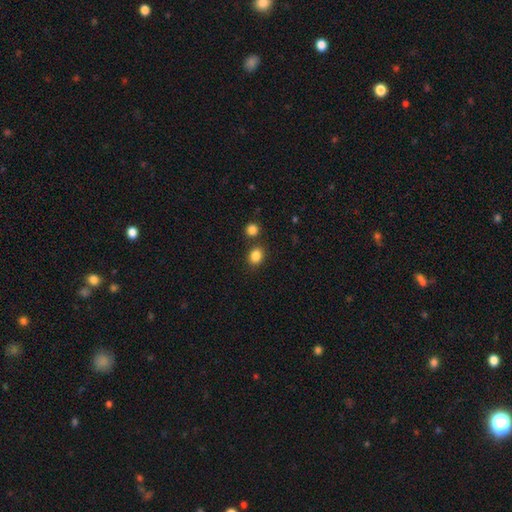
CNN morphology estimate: smooth 85%, star or artifact 10%, featured or disk 4%. Down the decision tree: how rounded — round (52%); merging — none (78%).